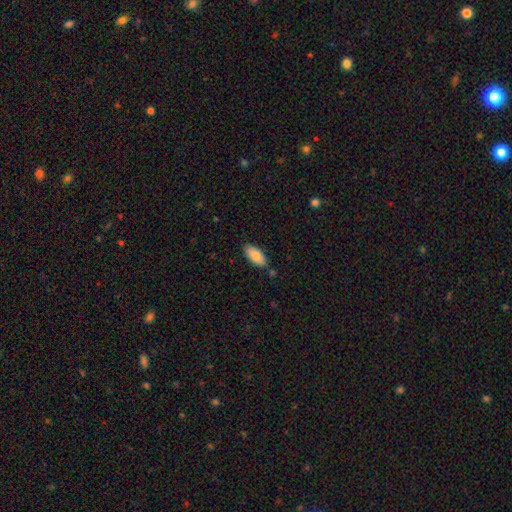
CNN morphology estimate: This appears to be a smooth galaxy with no disk features (83%) that is in between round and cigar-shaped (90%). Merging: none (81%).